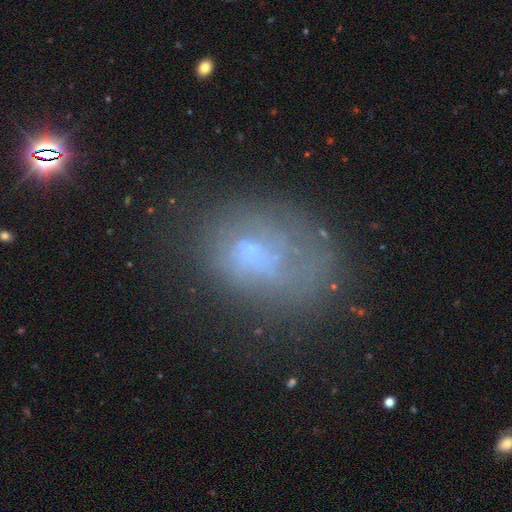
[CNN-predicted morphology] The model was most divided on "smooth or featured": featured or disk: 44%, smooth: 41%, star or artifact: 15%. Remaining: merging — none (46%).